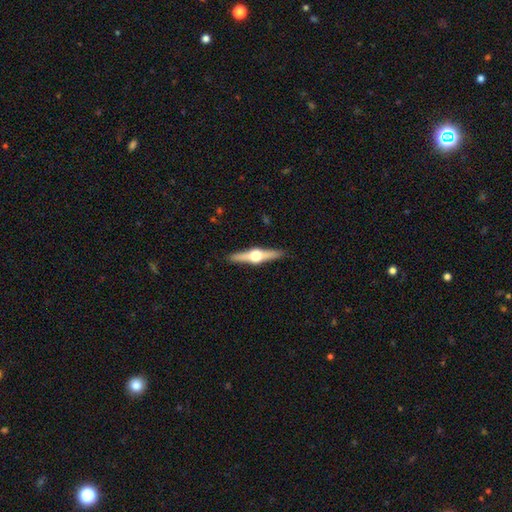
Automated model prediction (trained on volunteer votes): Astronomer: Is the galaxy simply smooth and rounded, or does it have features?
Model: featured or disk — 78%.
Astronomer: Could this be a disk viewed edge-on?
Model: yes — 98%.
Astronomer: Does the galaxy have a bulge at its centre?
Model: rounded — 96%.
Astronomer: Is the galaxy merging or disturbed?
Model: none — 91%.